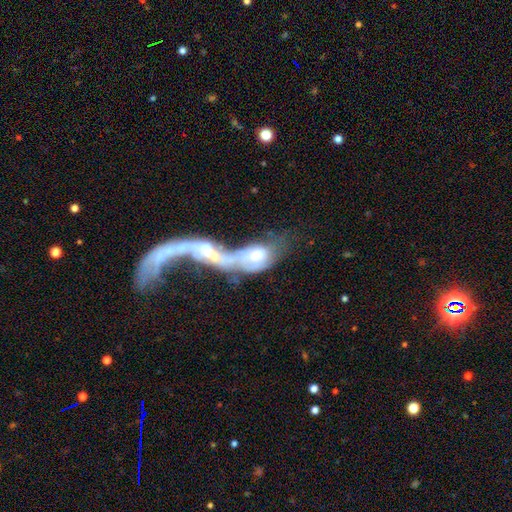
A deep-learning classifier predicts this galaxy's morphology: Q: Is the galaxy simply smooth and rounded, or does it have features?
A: featured or disk — 48%.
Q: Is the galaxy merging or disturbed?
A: merger — 77%.